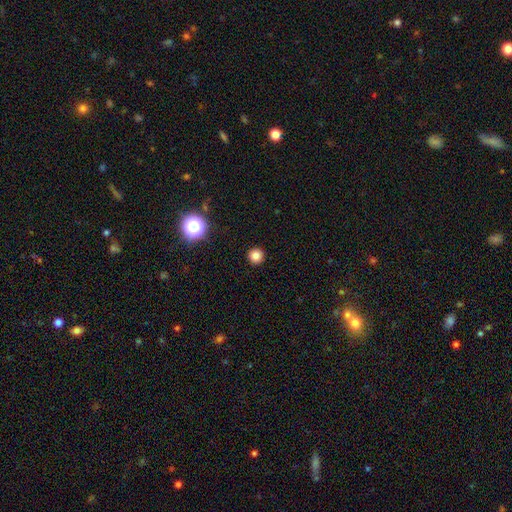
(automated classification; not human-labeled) The model was most divided on "smooth or featured": smooth: 81%, star or artifact: 14%, featured or disk: 5%. More confident: how rounded — round (96%); merging — none (93%).